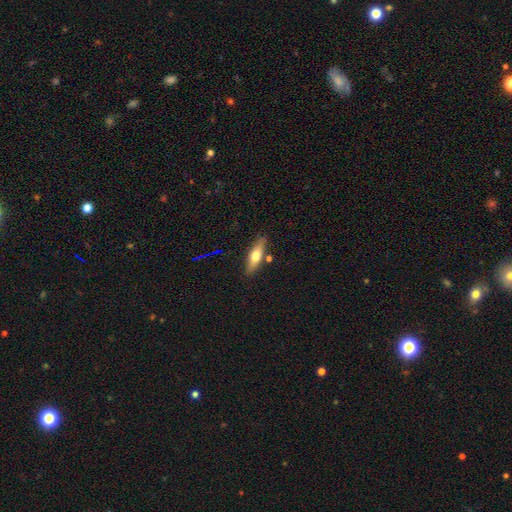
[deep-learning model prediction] A smooth galaxy with no disk features (60%) that is cigar-shaped (50%). Merging: none (80%).